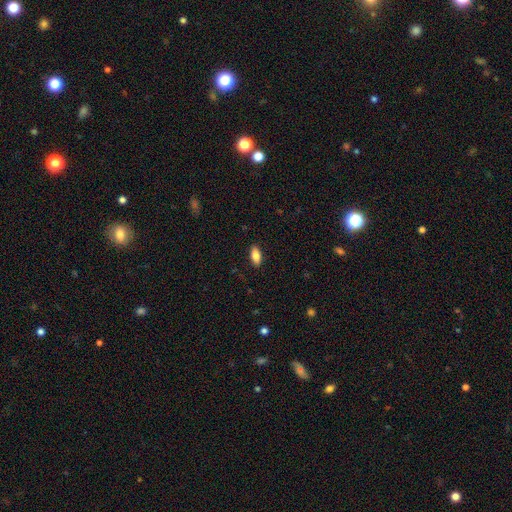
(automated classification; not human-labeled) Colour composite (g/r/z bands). It shows a smooth galaxy with no disk features (83%) that is in between round and cigar-shaped (86%). Merging: none (89%).